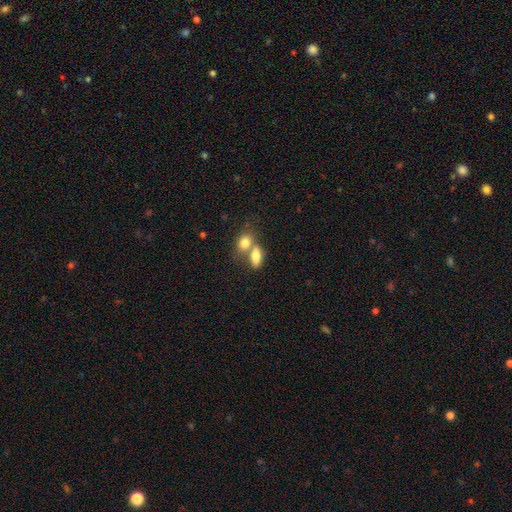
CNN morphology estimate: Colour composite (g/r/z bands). It shows a smooth galaxy with no disk features (77%) that is in between round and cigar-shaped (80%). Merging: merger (56%).